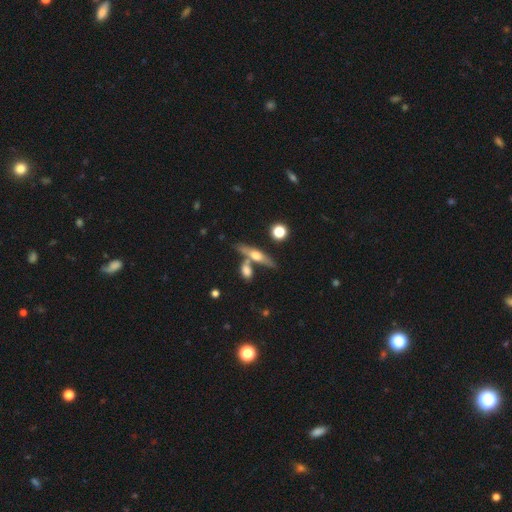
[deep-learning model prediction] smooth-or-featured: featured or disk: 56% | smooth: 37% | star or artifact: 7%
  disk-edge-on: yes: 90% | no: 10%
    edge-on-bulge: rounded: 90% | none: 5% | boxy: 5%
  merging: none: 62% | merger: 23% | minor disturbance: 11% | major disturbance: 4%